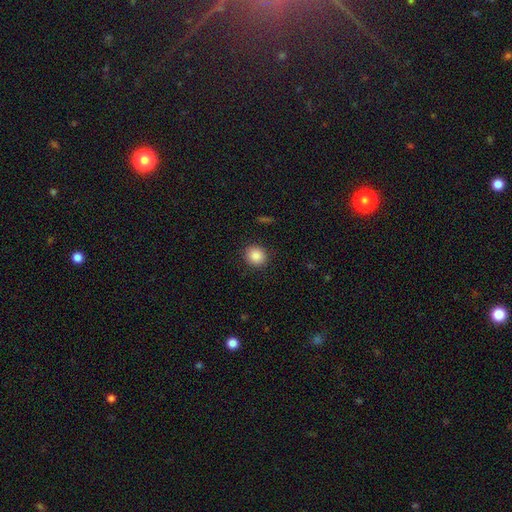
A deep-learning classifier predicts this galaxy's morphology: This appears to be a smooth galaxy with no disk features (87%) that is round (79%). Merging: none (89%).